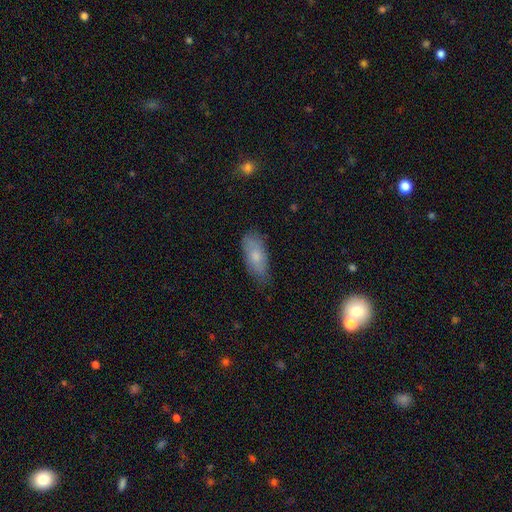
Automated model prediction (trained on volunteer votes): Smooth or featured?
  - smooth: 72% *
  - featured or disk: 21%
  - star or artifact: 7%
How rounded?
  - in between: 79% *
  - cigar-shaped: 18%
  - round: 3%
Merging?
  - none: 70% *
  - minor disturbance: 24%
  - major disturbance: 4%
  - merger: 1%